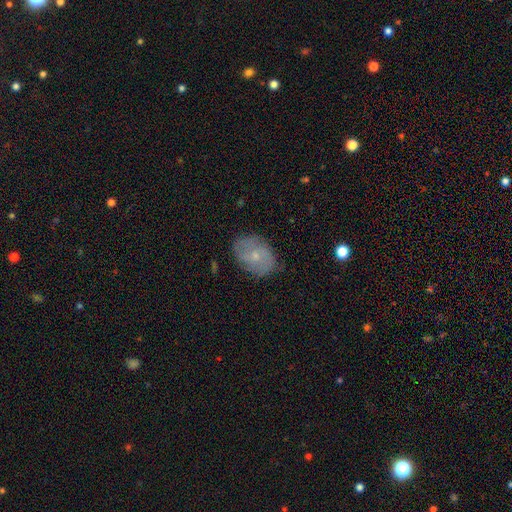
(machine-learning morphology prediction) Smooth or featured?
  - featured or disk: 52% *
  - smooth: 39%
  - star or artifact: 8%
Edge-on disk?
  - no: 96% *
  - yes: 4%
Bar?
  - no: 73% *
  - weak: 23%
  - strong: 4%
Spiral arms?
  - yes: 75% *
  - no: 25%
Bulge size?
  - small: 69% *
  - moderate: 25%
  - none: 3%
  - large: 1%
  - dominant: 1%
Merging?
  - none: 76% *
  - minor disturbance: 18%
  - major disturbance: 5%
  - merger: 1%